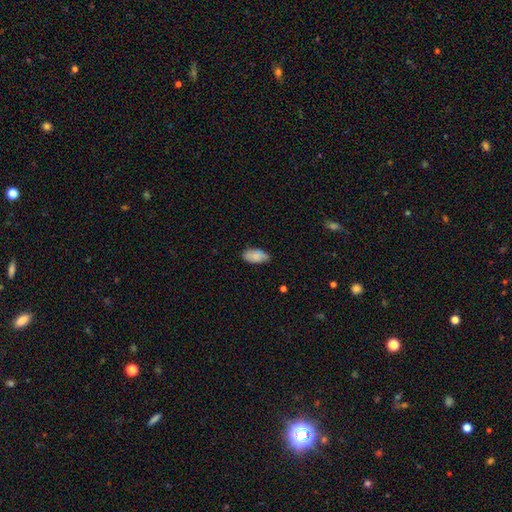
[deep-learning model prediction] This appears to be a smooth galaxy with no disk features (84%) that is in between round and cigar-shaped (94%). Merging: none (75%).